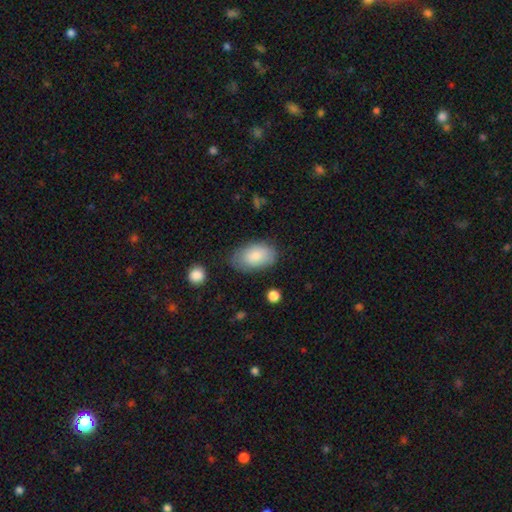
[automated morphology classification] A smooth galaxy with no disk features (83%) that is in between round and cigar-shaped (93%). Merging: none (71%).